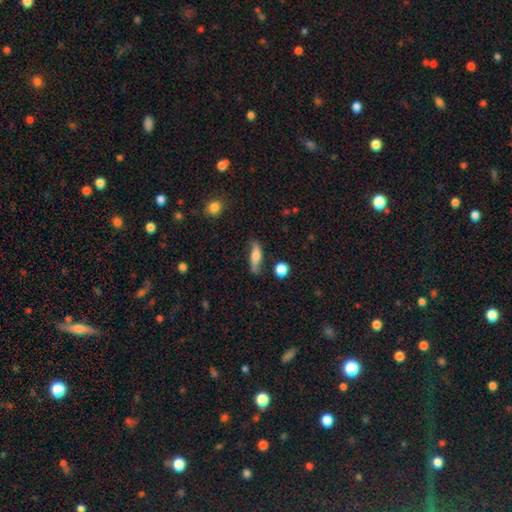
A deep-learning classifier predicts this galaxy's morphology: smooth 51%, featured or disk 41%, star or artifact 8%. Down the decision tree: how rounded — cigar-shaped (58%); merging — none (70%).